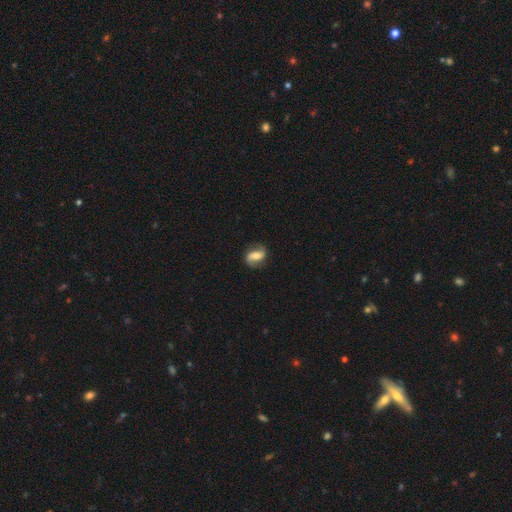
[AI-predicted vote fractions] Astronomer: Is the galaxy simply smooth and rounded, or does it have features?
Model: featured or disk — 66%.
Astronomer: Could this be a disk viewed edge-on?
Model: no — 95%.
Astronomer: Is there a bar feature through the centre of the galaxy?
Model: strong — 37% (runner-up: weak, 35%).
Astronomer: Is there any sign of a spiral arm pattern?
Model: yes — 89%.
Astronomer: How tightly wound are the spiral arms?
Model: loose — 47% (runner-up: medium, 36%).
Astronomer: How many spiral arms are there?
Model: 2 — 90%.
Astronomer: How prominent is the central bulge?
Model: moderate — 54%.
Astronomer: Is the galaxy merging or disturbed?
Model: none — 81%.